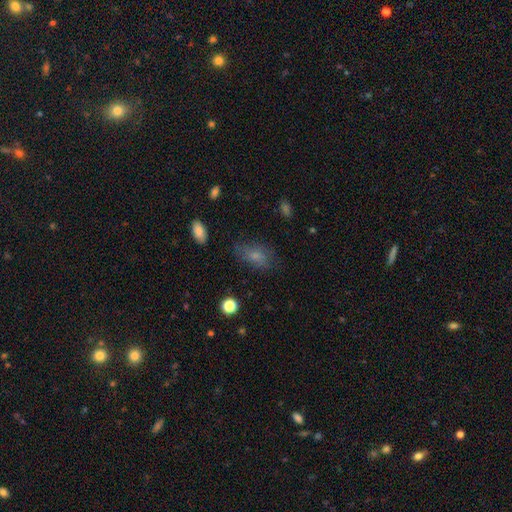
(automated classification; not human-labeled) Smooth or featured?
  - smooth: 70% *
  - featured or disk: 18%
  - star or artifact: 11%
How rounded?
  - in between: 87% *
  - round: 9%
  - cigar-shaped: 4%
Merging?
  - none: 66% *
  - minor disturbance: 22%
  - major disturbance: 10%
  - merger: 2%